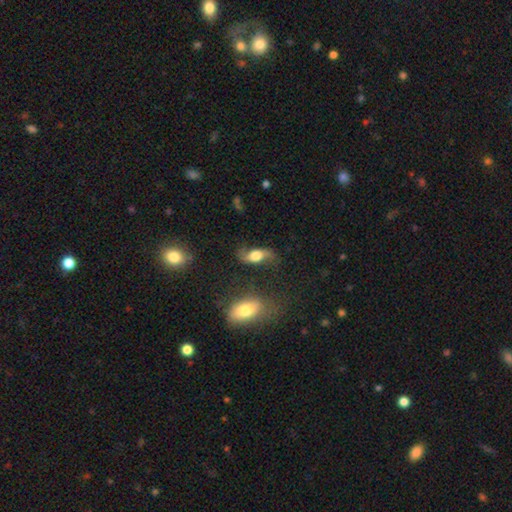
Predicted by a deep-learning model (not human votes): Smooth or featured? Predicted: featured or disk (p=0.58). Edge-on disk? Predicted: no (p=0.86). Merging? Predicted: none (p=0.63).